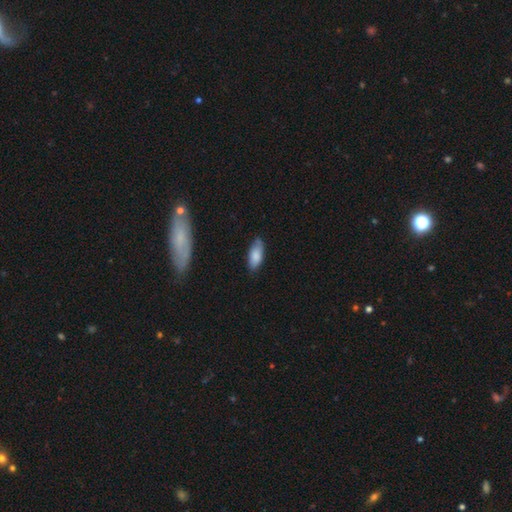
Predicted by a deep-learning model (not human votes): smooth_or_featured: smooth (p=0.81) [alt: featured or disk p=0.13]
how_rounded: in between (p=0.81) [alt: cigar-shaped p=0.17]
merging: none (p=0.75) [alt: minor disturbance p=0.20]